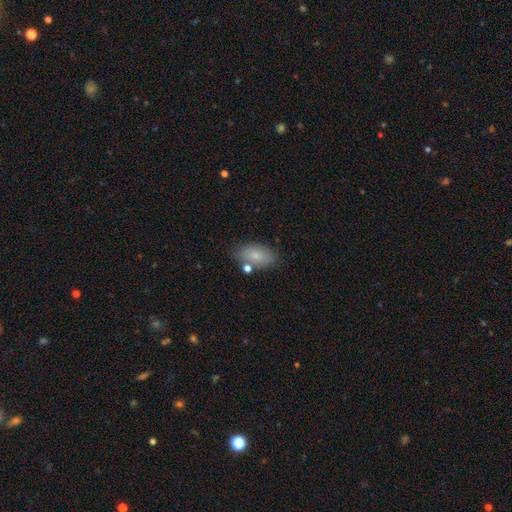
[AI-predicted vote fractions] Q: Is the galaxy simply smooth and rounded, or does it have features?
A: smooth — 81%.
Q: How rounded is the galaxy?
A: in between — 92%.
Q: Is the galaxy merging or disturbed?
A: none — 73%.